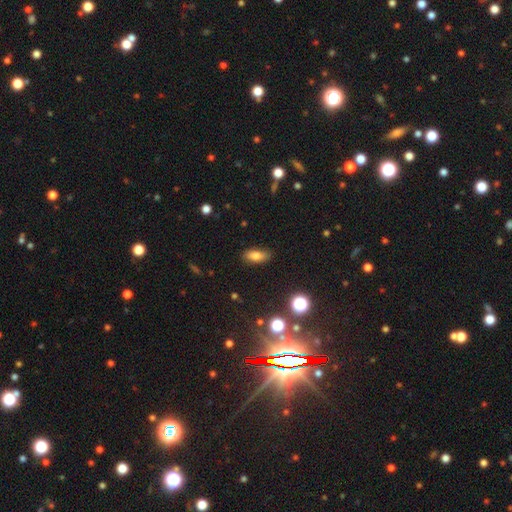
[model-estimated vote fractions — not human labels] Smooth or featured? Predicted: smooth (p=0.77). How rounded? Predicted: in between (p=0.80). Merging? Predicted: none (p=0.84).